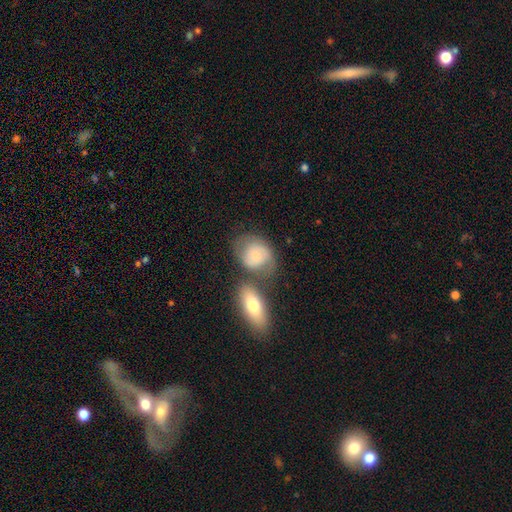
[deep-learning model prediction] A smooth galaxy with no disk features (57%) that is round (51%). Merging: none (45%).